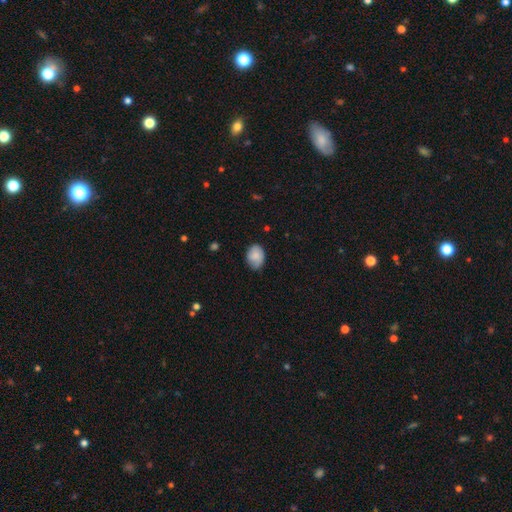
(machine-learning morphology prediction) A smooth galaxy with no disk features (80%) that is in between round and cigar-shaped (71%).

Vote fractions:
- Smooth or featured? smooth: 80% / featured or disk: 13% / star or artifact: 7%
- How rounded? in between: 71% / round: 28% / cigar-shaped: 1%
- Merging? none: 68% / minor disturbance: 26% / major disturbance: 4% / merger: 1%